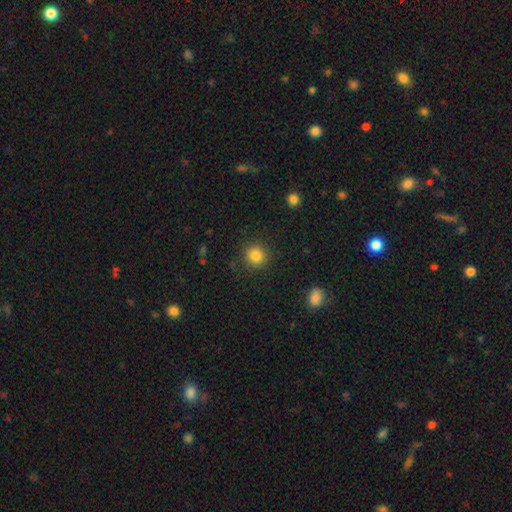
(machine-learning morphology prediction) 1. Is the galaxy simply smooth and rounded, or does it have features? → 84% smooth, 11% star or artifact, 5% featured or disk.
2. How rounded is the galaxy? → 92% round, 7% in between, 1% cigar-shaped.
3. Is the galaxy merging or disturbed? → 89% none, 7% minor disturbance, 3% major disturbance, 1% merger.